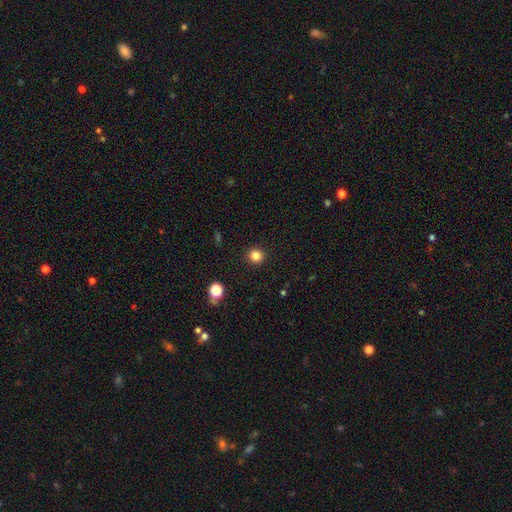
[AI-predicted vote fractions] smooth_or_featured: smooth (p=0.83) [alt: star or artifact p=0.12]
how_rounded: round (p=0.92) [alt: in between p=0.07]
merging: none (p=0.92) [alt: minor disturbance p=0.05]